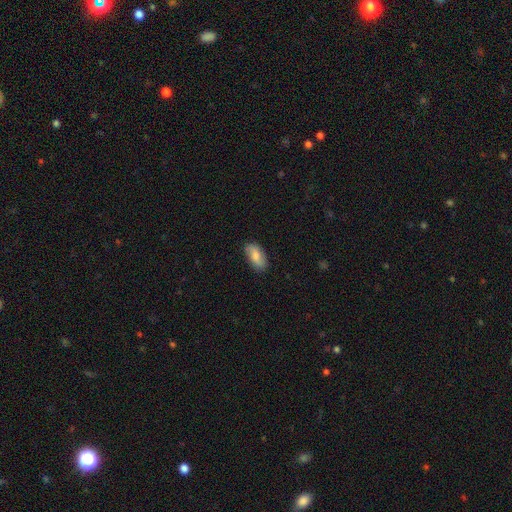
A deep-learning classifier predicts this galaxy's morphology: Smooth or featured?
  - smooth: 73% *
  - featured or disk: 21%
  - star or artifact: 6%
How rounded?
  - in between: 91% *
  - cigar-shaped: 6%
  - round: 3%
Merging?
  - none: 82% *
  - minor disturbance: 14%
  - major disturbance: 3%
  - merger: 1%